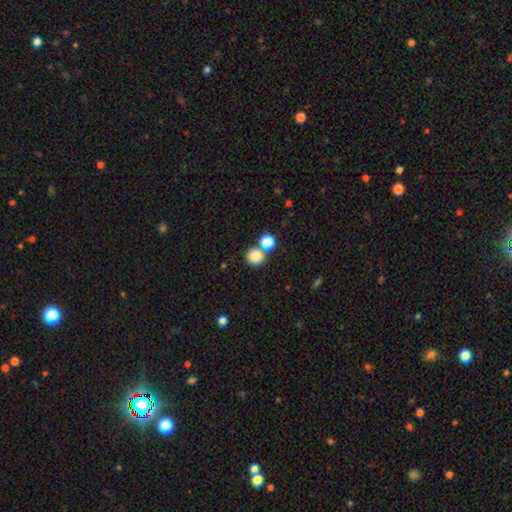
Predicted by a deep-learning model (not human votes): Smooth or featured: smooth — 84% (star or artifact — 11%)
How rounded: round — 89% (in between — 11%)
Merging: none — 61% (merger — 29%)